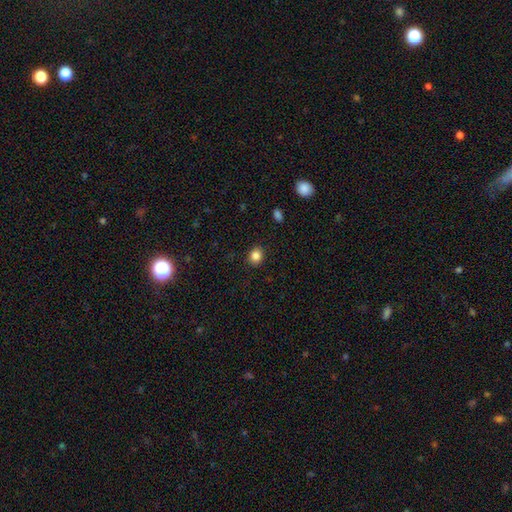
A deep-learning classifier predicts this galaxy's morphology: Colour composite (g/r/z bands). It shows a smooth galaxy with no disk features (85%) that is round (74%). Merging: none (90%).